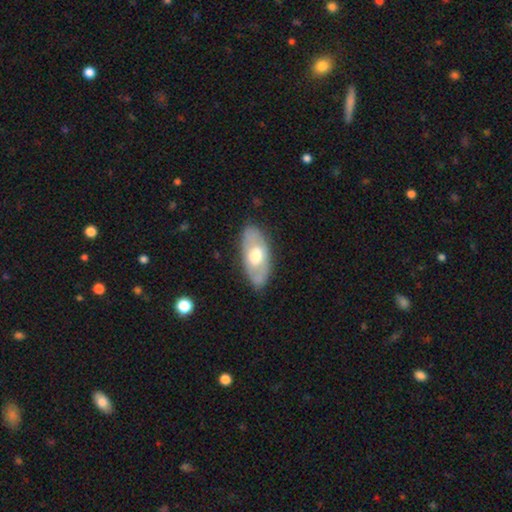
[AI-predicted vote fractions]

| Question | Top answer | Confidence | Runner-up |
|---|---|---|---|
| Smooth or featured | smooth | 49% | featured or disk (46%) |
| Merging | none | 81% | minor disturbance (14%) |